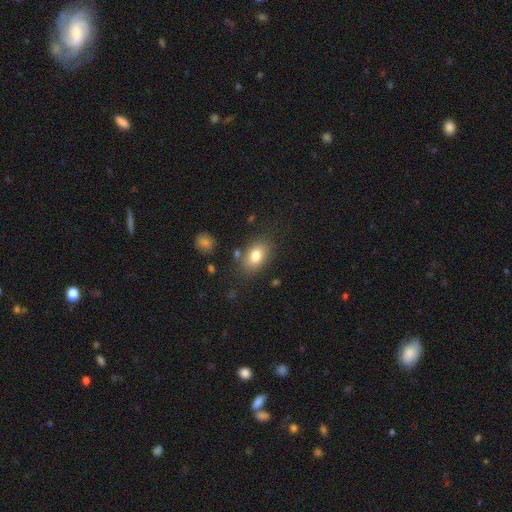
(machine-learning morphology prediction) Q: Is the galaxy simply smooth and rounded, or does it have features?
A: smooth — 80%.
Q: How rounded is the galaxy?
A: in between — 83%.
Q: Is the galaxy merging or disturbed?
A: none — 78%.